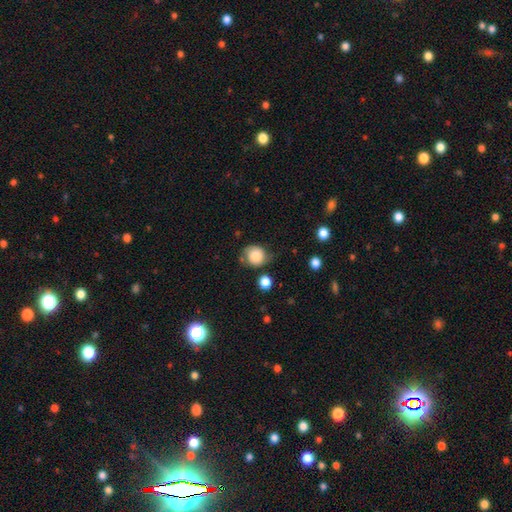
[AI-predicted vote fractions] Smooth or featured: smooth — 72% (featured or disk — 19%)
How rounded: round — 82% (in between — 17%)
Merging: none — 58% (minor disturbance — 28%)